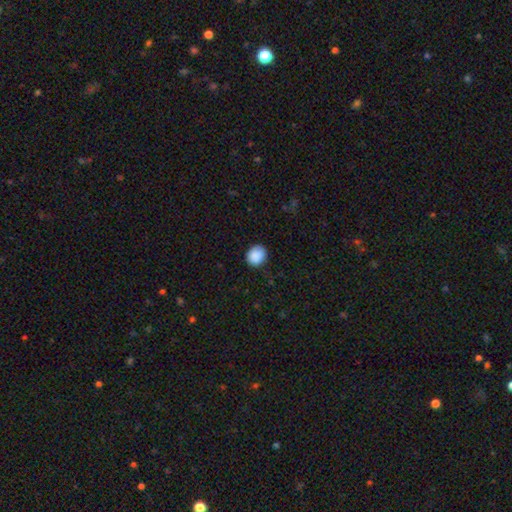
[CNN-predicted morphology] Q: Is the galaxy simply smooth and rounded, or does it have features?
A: smooth — 89%.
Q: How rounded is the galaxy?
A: round — 74%.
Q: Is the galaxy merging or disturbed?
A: none — 86%.